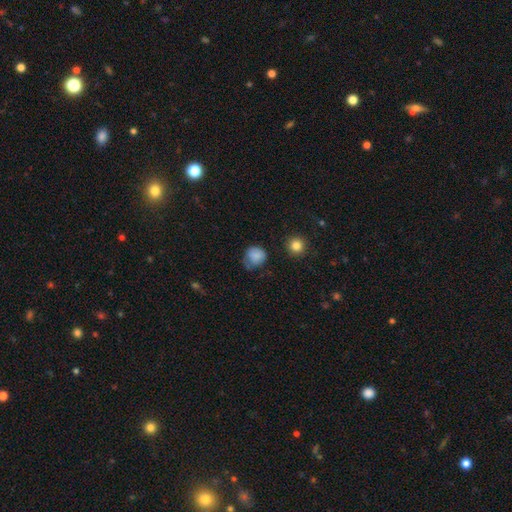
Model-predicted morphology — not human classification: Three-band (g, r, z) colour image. It shows a smooth galaxy with no disk features (80%) that is round (81%). Merging: none (54%).